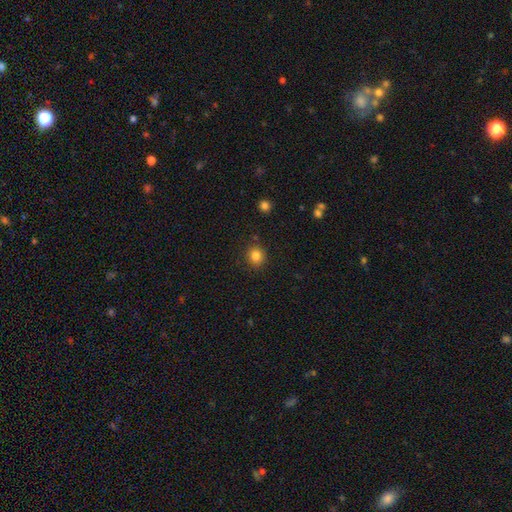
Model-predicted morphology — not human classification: Smooth or featured? Predicted: smooth (p=0.84). How rounded? Predicted: round (p=0.80). Merging? Predicted: none (p=0.86).